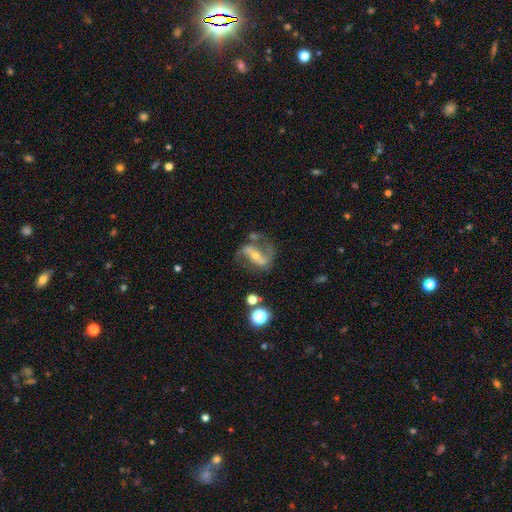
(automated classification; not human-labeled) smooth_or_featured: featured or disk (p=0.83) [alt: smooth p=0.09]
disk_edge_on: no (p=0.95) [alt: yes p=0.05]
bar: strong (p=0.55) [alt: weak p=0.25]
has_spiral_arms: yes (p=0.92) [alt: no p=0.08]
spiral_winding: loose (p=0.51) [alt: medium p=0.38]
spiral_arm_count: 2 (p=0.89) [alt: 1 p=0.04]
bulge_size: small (p=0.56) [alt: moderate p=0.37]
merging: none (p=0.59) [alt: minor disturbance p=0.18]